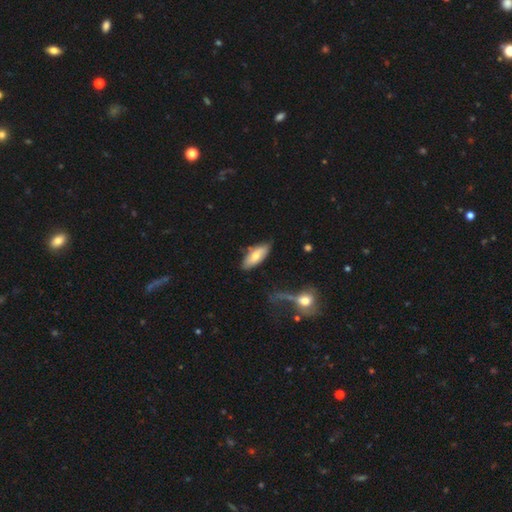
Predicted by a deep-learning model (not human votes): smooth_or_featured: smooth (p=0.70) [alt: featured or disk p=0.24]
how_rounded: in between (p=0.77) [alt: cigar-shaped p=0.21]
merging: none (p=0.75) [alt: minor disturbance p=0.17]